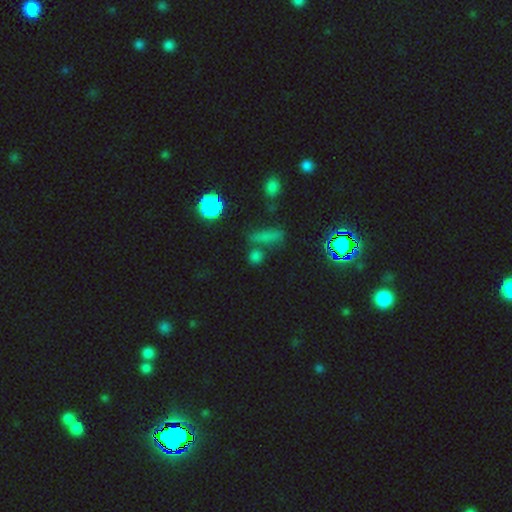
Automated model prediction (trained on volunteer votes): smooth_or_featured: smooth (p=0.62) [alt: star or artifact p=0.29]
how_rounded: round (p=0.69) [alt: in between p=0.20]
merging: none (p=0.70) [alt: merger p=0.13]